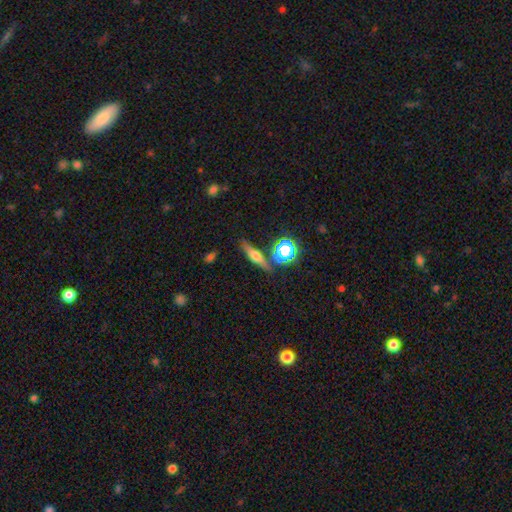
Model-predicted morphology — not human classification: smooth-or-featured: featured or disk: 43% | smooth: 41% | star or artifact: 16%
  merging: none: 81% | minor disturbance: 10% | merger: 5% | major disturbance: 3%